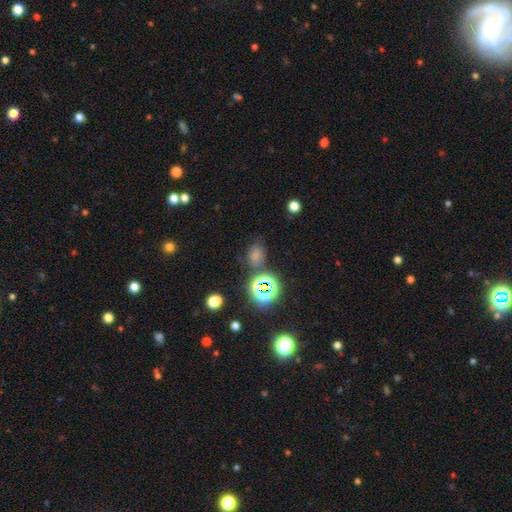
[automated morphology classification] This appears to be a smooth galaxy with no disk features (58%) that is in between round and cigar-shaped (68%). Merging: none (67%).